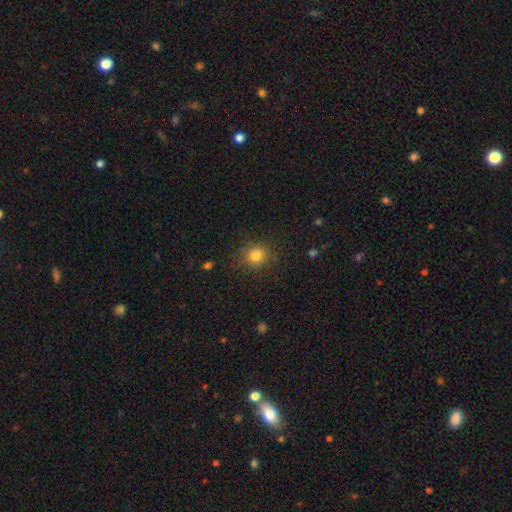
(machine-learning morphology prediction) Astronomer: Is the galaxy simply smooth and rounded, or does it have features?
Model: smooth — 81%.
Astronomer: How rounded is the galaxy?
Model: round — 86%.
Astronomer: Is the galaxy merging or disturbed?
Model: none — 85%.